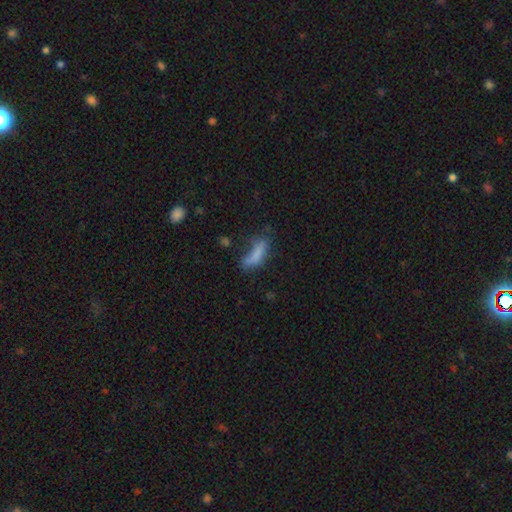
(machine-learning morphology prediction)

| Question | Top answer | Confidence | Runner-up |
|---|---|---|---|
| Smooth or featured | smooth | 71% | featured or disk (17%) |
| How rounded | in between | 59% | cigar-shaped (38%) |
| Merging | none | 35% | minor disturbance (28%) |